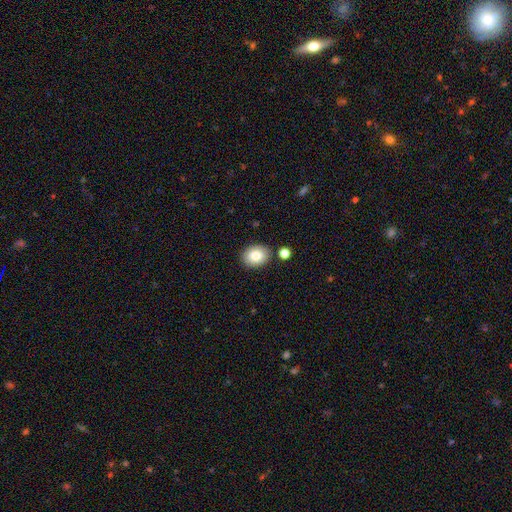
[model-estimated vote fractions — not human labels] A smooth galaxy with no disk features (84%) that is in between round and cigar-shaped (60%). Merging: none (84%).